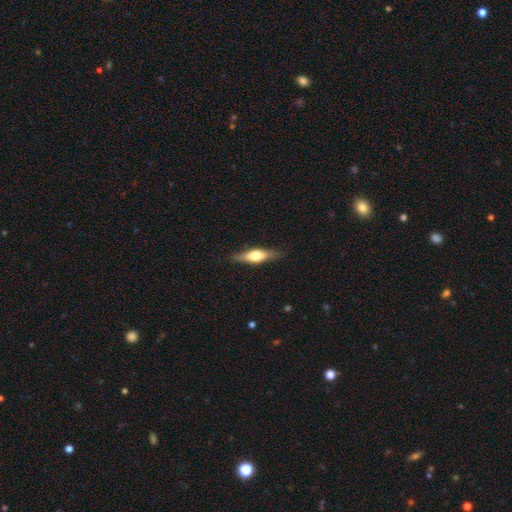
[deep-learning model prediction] Morphology: type=featured or disk (52%); edge-on=yes (93%); merging=none (85%).